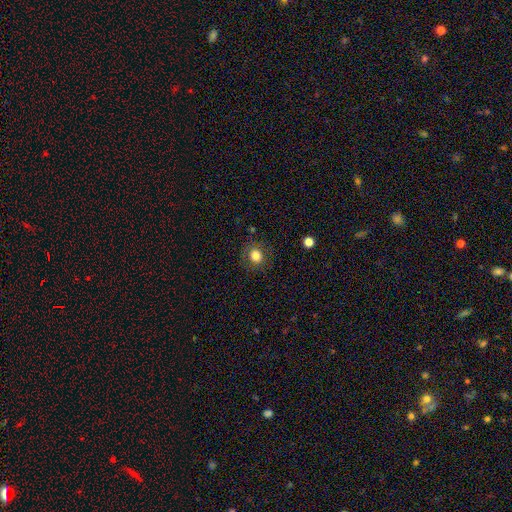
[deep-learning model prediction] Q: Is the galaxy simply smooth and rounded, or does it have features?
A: smooth — 81%.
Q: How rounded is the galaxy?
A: round — 83%.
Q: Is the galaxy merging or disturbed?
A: none — 84%.